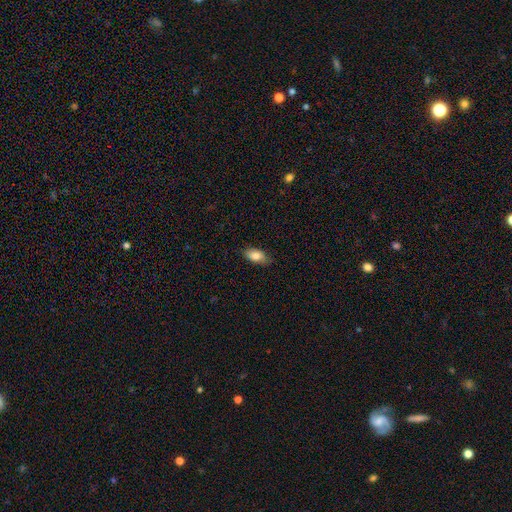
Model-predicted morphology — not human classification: A smooth galaxy with no disk features (82%) that is in between round and cigar-shaped (90%). Merging: none (76%).